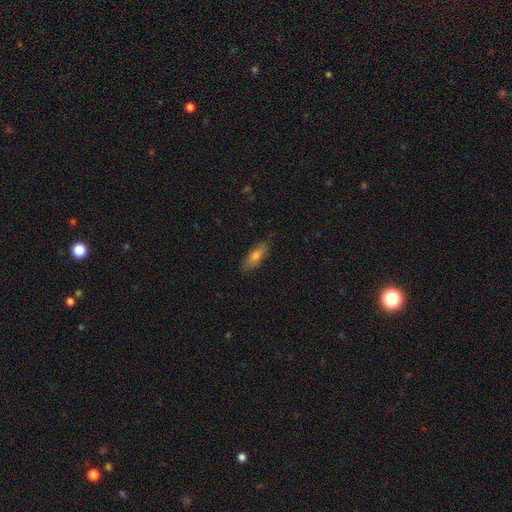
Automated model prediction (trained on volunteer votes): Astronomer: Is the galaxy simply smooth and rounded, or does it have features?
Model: smooth — 70%.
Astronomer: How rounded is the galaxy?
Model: in between — 55% (runner-up: cigar-shaped, 42%).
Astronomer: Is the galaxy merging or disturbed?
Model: none — 82%.